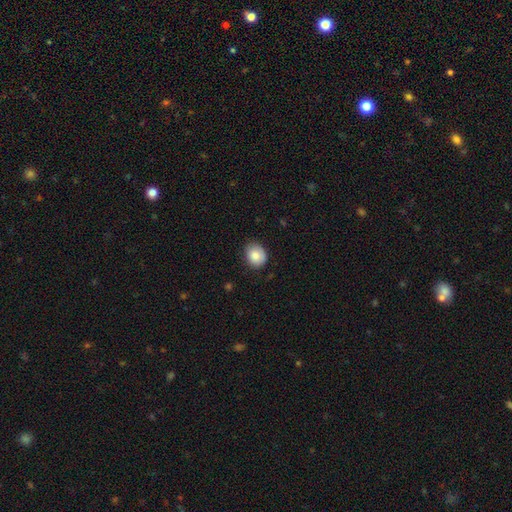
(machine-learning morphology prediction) Smooth or featured?
  - smooth: 85% *
  - star or artifact: 8%
  - featured or disk: 7%
How rounded?
  - round: 57% *
  - in between: 42%
  - cigar-shaped: 1%
Merging?
  - none: 78% *
  - minor disturbance: 18%
  - major disturbance: 3%
  - merger: 1%